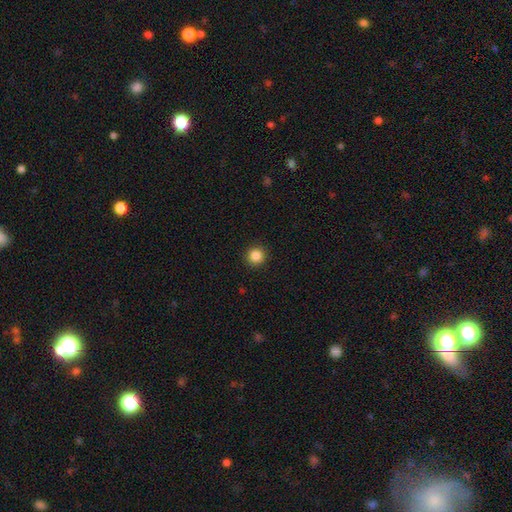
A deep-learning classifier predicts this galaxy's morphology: smooth_or_featured: smooth (p=0.86) [alt: star or artifact p=0.10]
how_rounded: round (p=0.94) [alt: in between p=0.05]
merging: none (p=0.92) [alt: minor disturbance p=0.05]